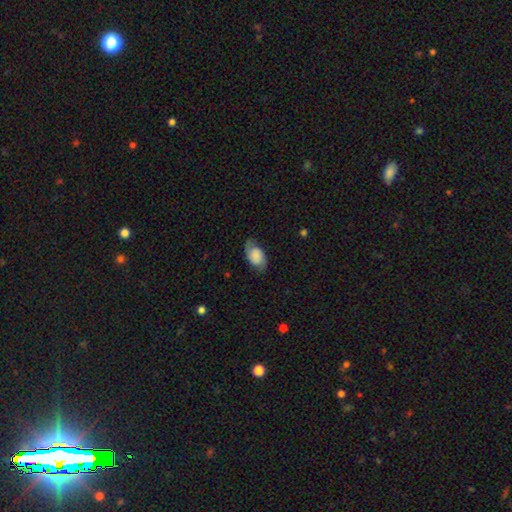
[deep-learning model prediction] A smooth galaxy with no disk features (57%) that is in between round and cigar-shaped (90%). Merging: none (65%).